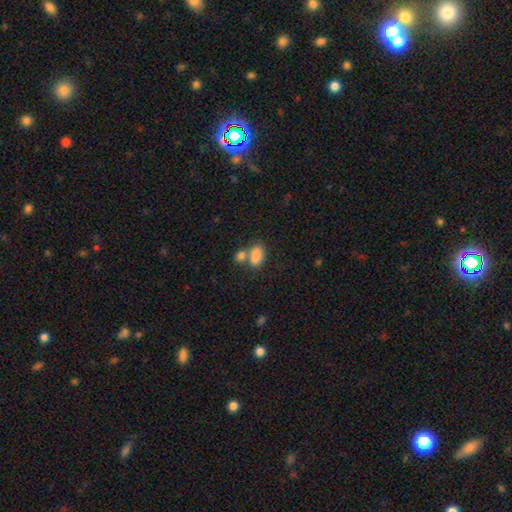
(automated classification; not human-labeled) smooth_or_featured: smooth (p=0.84) [alt: featured or disk p=0.08]
how_rounded: in between (p=0.89) [alt: round p=0.08]
merging: merger (p=0.45) [alt: none p=0.40]